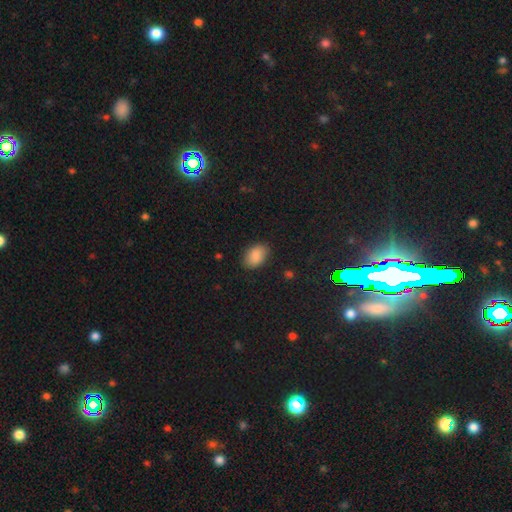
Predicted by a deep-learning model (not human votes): A smooth galaxy with no disk features (87%) that is in between round and cigar-shaped (88%). Merging: none (85%).